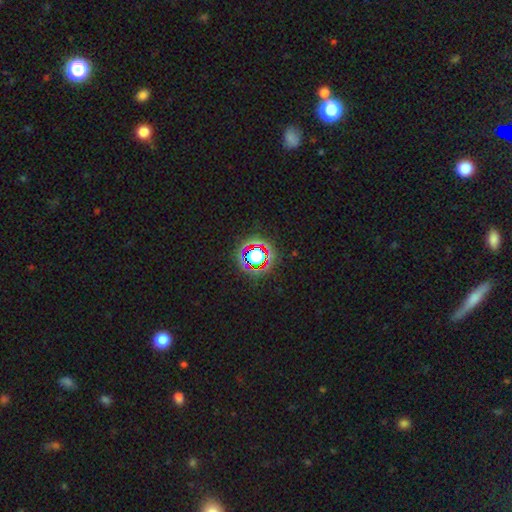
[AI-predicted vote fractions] Overall: star or artifact (63%; smooth 24%).